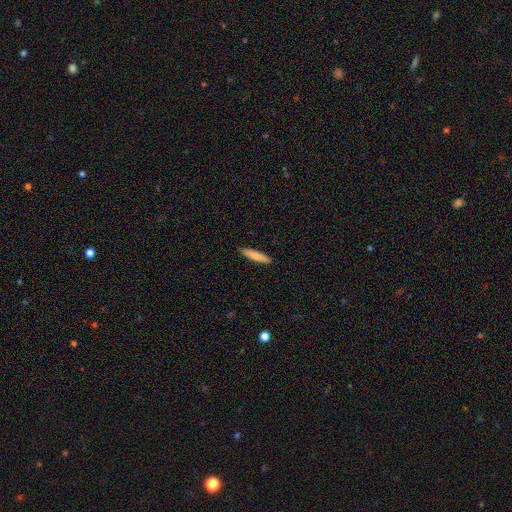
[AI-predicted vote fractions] Q: Smooth or featured?
A: smooth (78%); runner-up: featured or disk (17%)
Q: How rounded?
A: cigar-shaped (87%); runner-up: in between (12%)
Q: Merging?
A: none (91%); runner-up: minor disturbance (7%)